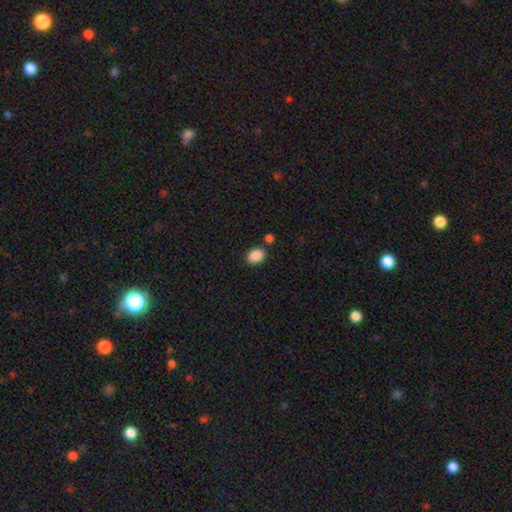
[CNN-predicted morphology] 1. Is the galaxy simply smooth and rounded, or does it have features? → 89% smooth, 8% star or artifact, 3% featured or disk.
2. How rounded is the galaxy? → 74% in between, 25% round, 1% cigar-shaped.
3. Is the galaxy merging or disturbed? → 80% none, 10% minor disturbance, 7% merger, 3% major disturbance.